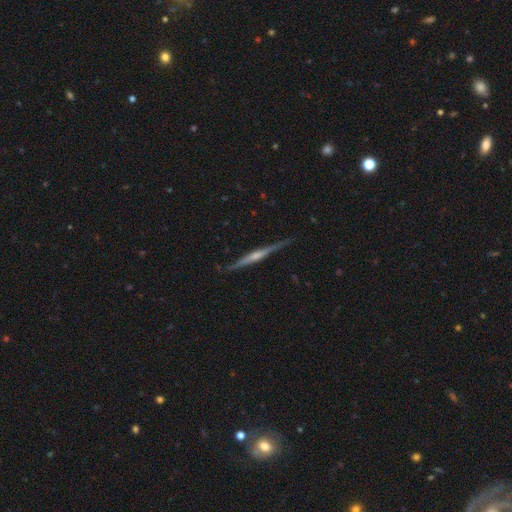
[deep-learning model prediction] The model was most divided on "edge-on bulge": rounded: 61%, none: 24%, boxy: 15%. More confident: edge-on disk — yes (98%); merging — none (86%); smooth or featured — featured or disk (78%).